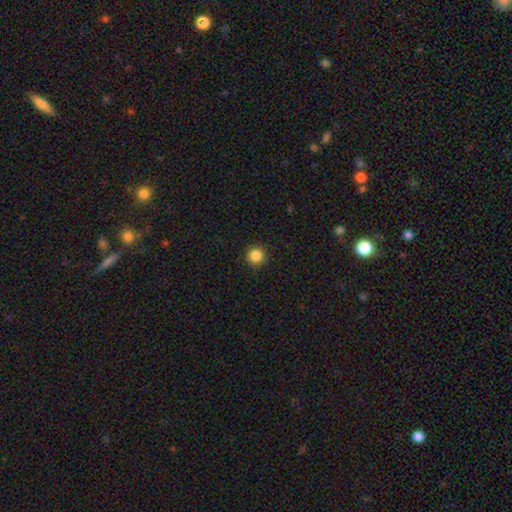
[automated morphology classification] Smooth or featured?
  - smooth: 86% *
  - star or artifact: 11%
  - featured or disk: 3%
How rounded?
  - round: 95% *
  - in between: 4%
  - cigar-shaped: 1%
Merging?
  - none: 92% *
  - minor disturbance: 5%
  - major disturbance: 2%
  - merger: 1%